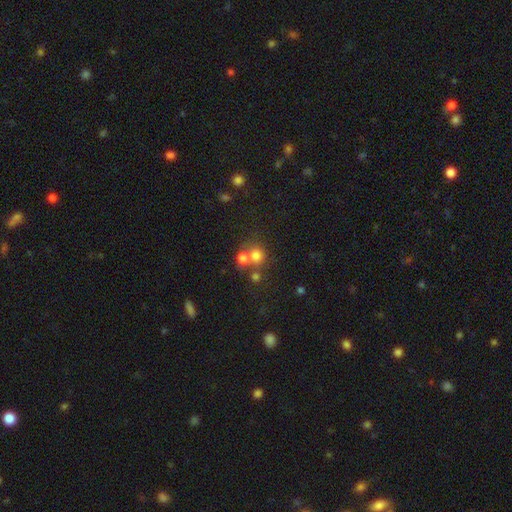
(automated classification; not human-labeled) A smooth galaxy with no disk features (71%) that is round (85%).

Vote fractions:
- Smooth or featured? smooth: 71% / star or artifact: 16% / featured or disk: 12%
- How rounded? round: 85% / in between: 14% / cigar-shaped: 1%
- Merging? none: 45% / merger: 43% / minor disturbance: 7% / major disturbance: 4%